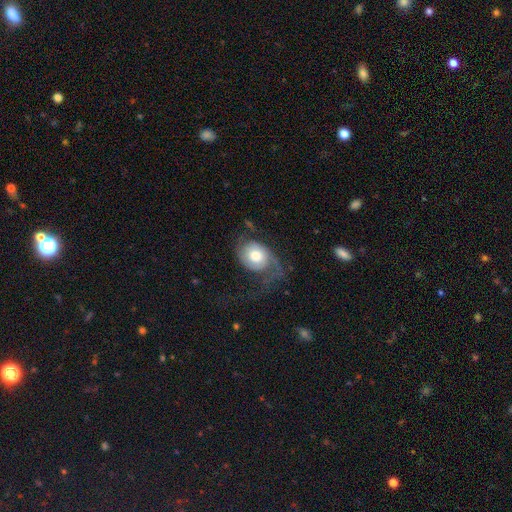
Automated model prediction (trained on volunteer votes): Smooth or featured? featured or disk (63%)
Edge-on disk? no (96%)
Bar? no (77%)
Spiral arms? yes (87%)
Spiral winding? loose (43%)
Spiral arm count? 2 (53%)
Bulge size? moderate (59%)
Merging? none (41%)